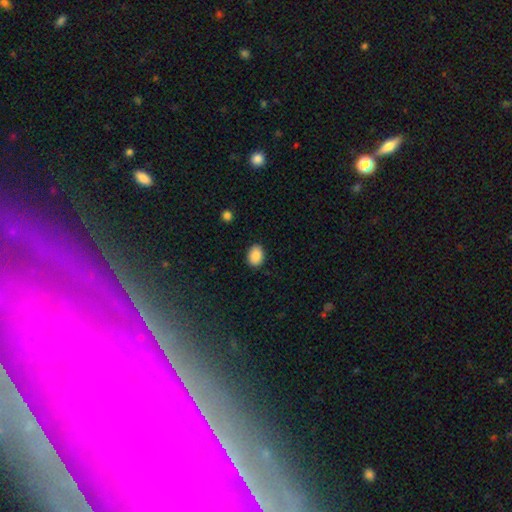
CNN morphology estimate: Smooth or featured? Predicted: smooth (p=0.89). How rounded? Predicted: in between (p=0.71). Merging? Predicted: none (p=0.87).